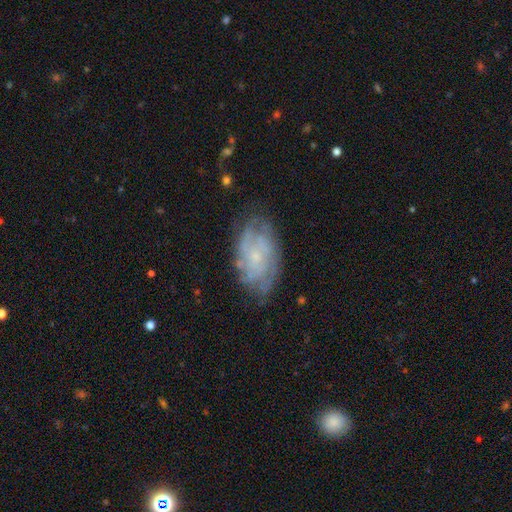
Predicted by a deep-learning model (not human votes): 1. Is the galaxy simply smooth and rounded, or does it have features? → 70% featured or disk, 21% smooth, 9% star or artifact.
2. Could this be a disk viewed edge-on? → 95% no, 5% yes.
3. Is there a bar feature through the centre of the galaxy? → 78% no, 19% weak, 3% strong.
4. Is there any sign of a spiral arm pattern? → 84% yes, 16% no.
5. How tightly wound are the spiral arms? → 59% tight, 31% medium, 10% loose.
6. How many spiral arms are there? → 52% can't tell, 17% 2, 11% 3, 9% 4, 5% more than 4, 5% 1.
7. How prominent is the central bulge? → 77% small, 14% moderate, 6% none, 1% large, 1% dominant.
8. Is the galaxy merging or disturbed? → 70% none, 21% minor disturbance, 7% major disturbance, 2% merger.